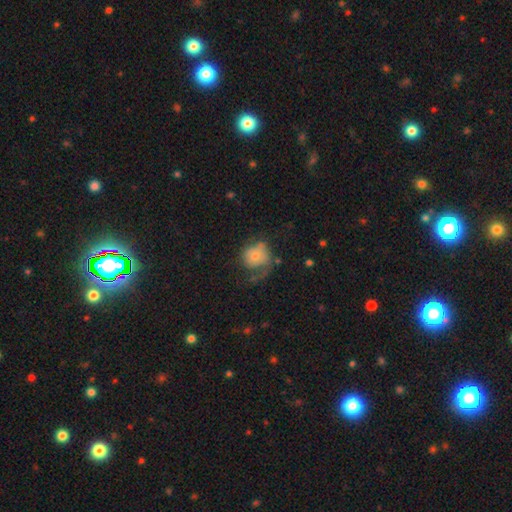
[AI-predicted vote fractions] This appears to be a smooth galaxy with no disk features (57%) that is round (68%). Merging: major disturbance (42%).